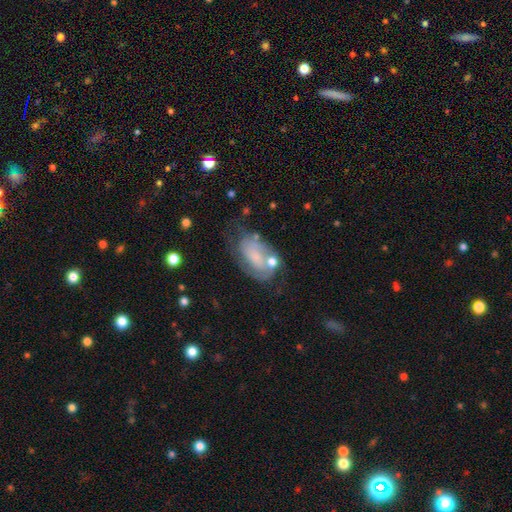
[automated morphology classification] This is possibly a featured or disk galaxy (50%). It is clearly not viewed edge-on (95%). Merging: marginally none (42%).